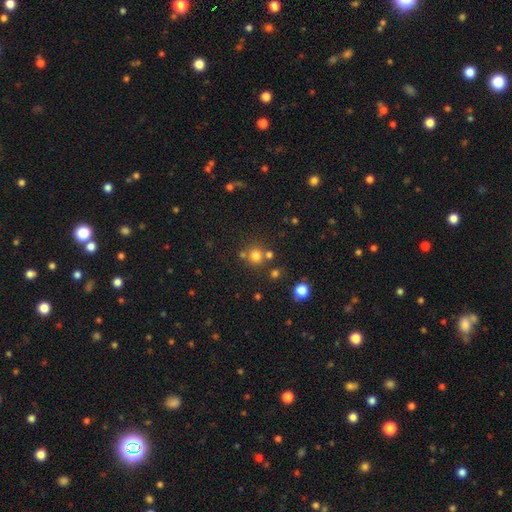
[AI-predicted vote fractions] The model was most divided on "merging": none: 69%, merger: 19%, minor disturbance: 8%, major disturbance: 4%. More confident: how rounded — round (91%); smooth or featured — smooth (72%).